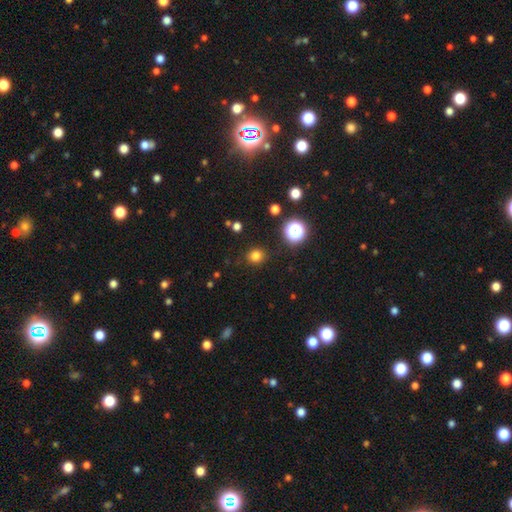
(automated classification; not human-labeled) This appears to be a smooth galaxy with no disk features (79%) that is round (82%). Merging: none (88%).